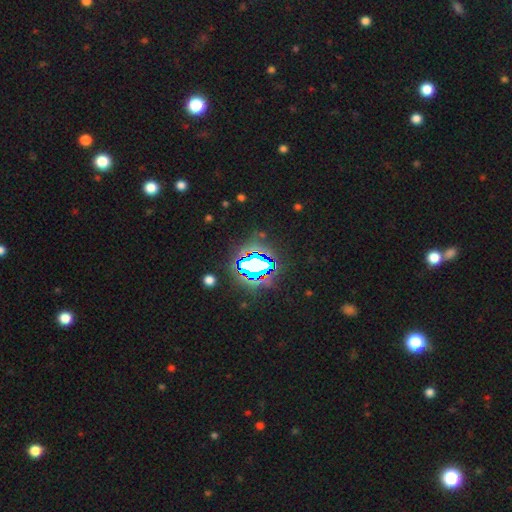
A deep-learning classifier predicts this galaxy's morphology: Smooth or featured? Predicted: star or artifact (p=0.79).